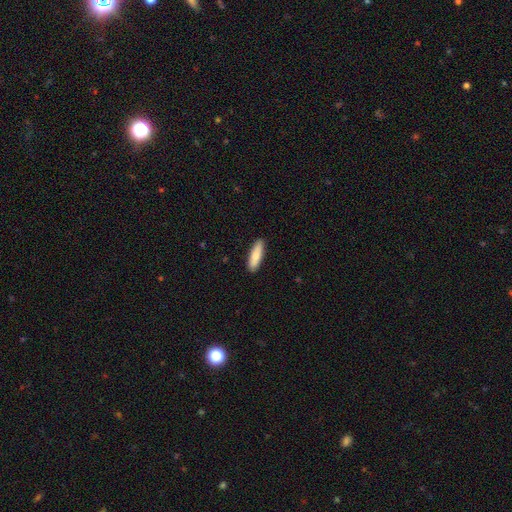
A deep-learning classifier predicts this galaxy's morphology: smooth 82%, featured or disk 12%, star or artifact 5%. Down the decision tree: how rounded — cigar-shaped (63%); merging — none (90%).